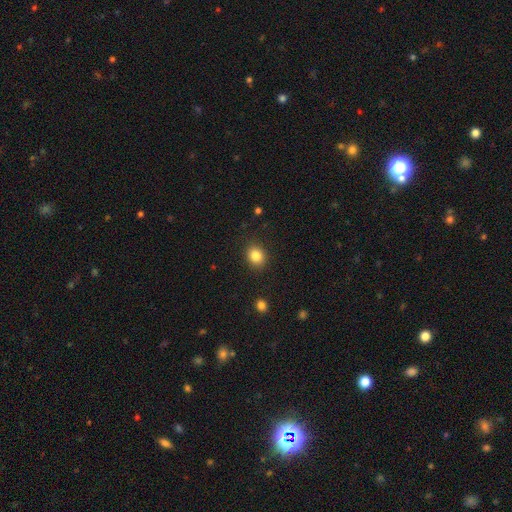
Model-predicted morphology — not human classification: smooth_or_featured: smooth (p=0.84) [alt: star or artifact p=0.10]
how_rounded: round (p=0.68) [alt: in between p=0.32]
merging: none (p=0.88) [alt: minor disturbance p=0.08]